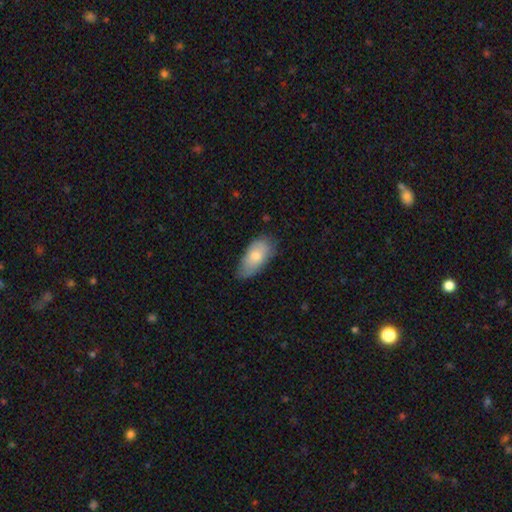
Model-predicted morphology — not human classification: Smooth or featured? smooth (75%)
How rounded? in between (91%)
Merging? none (66%)